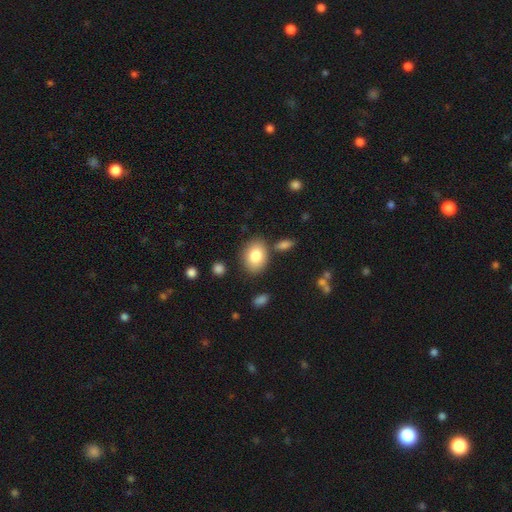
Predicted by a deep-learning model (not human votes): Morphology: type=smooth (81%); roundness=in between (70%); merging=none (79%).